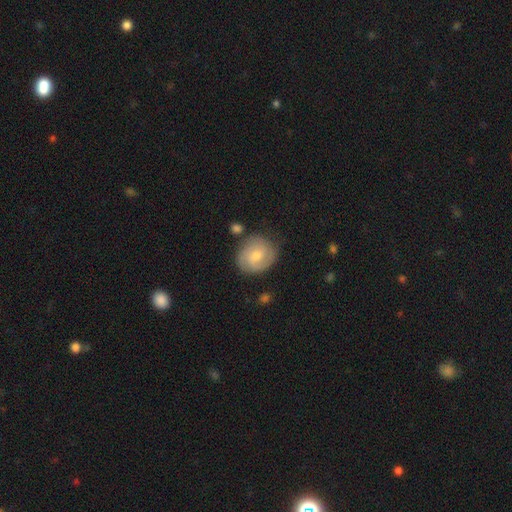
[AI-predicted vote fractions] Smooth or featured? featured or disk (58%)
Edge-on disk? no (97%)
Bar? no (49%)
Spiral arms? yes (88%)
Bulge size? moderate (50%)
Merging? none (74%)